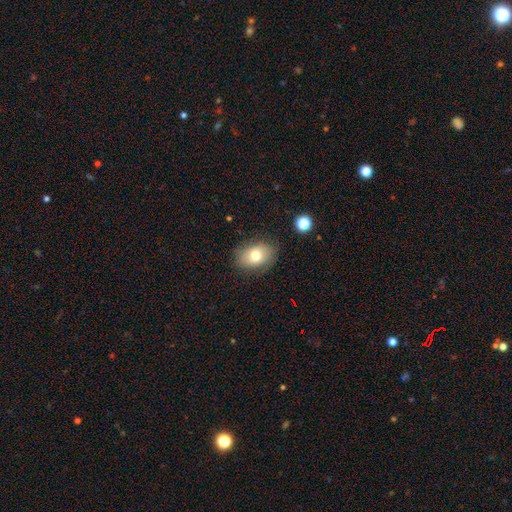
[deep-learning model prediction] Q: Smooth or featured?
A: smooth (74%); runner-up: featured or disk (16%)
Q: How rounded?
A: in between (76%); runner-up: round (23%)
Q: Merging?
A: none (80%); runner-up: minor disturbance (14%)